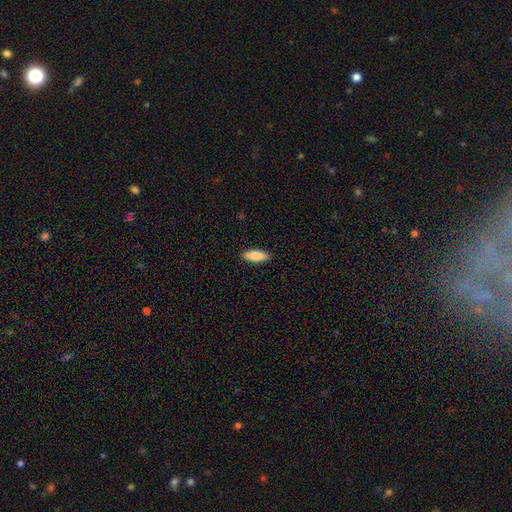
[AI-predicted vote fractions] Morphology: type=smooth (84%); roundness=in between (72%); merging=none (89%).